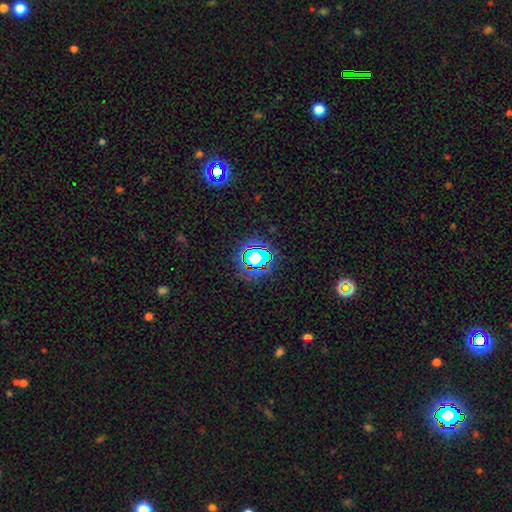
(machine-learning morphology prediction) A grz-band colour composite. It shows a star or artifact, not a galaxy (67%).